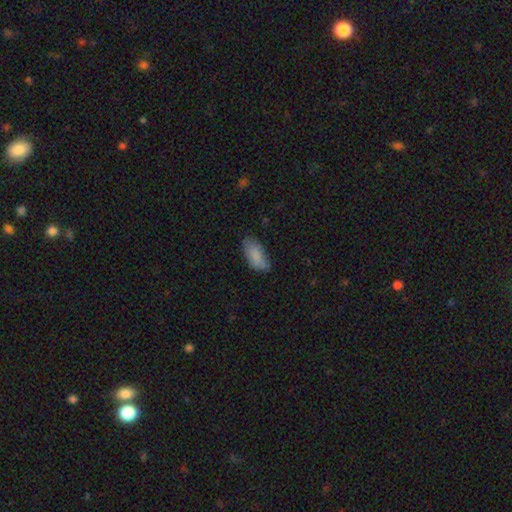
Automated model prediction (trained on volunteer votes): Smooth or featured?
  - smooth: 85% *
  - featured or disk: 8%
  - star or artifact: 7%
How rounded?
  - in between: 90% *
  - cigar-shaped: 8%
  - round: 2%
Merging?
  - none: 68% *
  - minor disturbance: 26%
  - major disturbance: 5%
  - merger: 1%